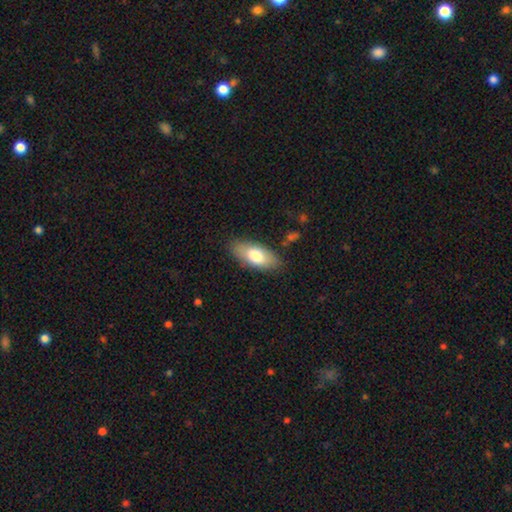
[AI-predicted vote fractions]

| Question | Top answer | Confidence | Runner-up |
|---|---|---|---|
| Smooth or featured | smooth | 74% | featured or disk (20%) |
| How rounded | in between | 86% | cigar-shaped (11%) |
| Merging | none | 83% | minor disturbance (13%) |